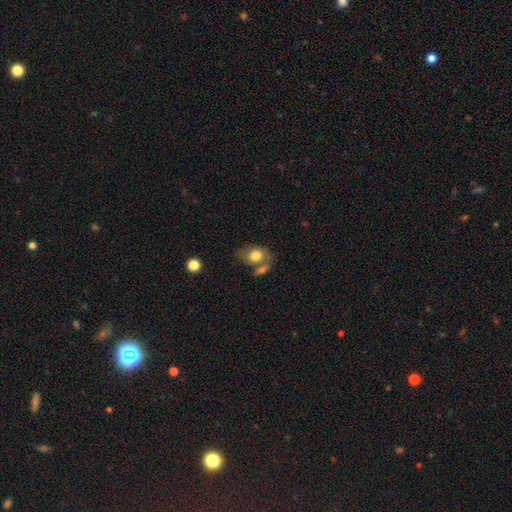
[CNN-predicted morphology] Smooth or featured? Predicted: smooth (p=0.72). How rounded? Predicted: in between (p=0.73). Merging? Predicted: none (p=0.44).